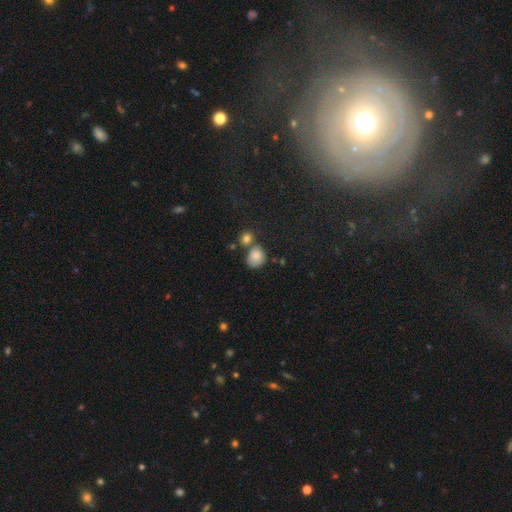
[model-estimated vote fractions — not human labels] Q: Smooth or featured?
A: smooth (81%); runner-up: star or artifact (11%)
Q: How rounded?
A: round (70%); runner-up: in between (29%)
Q: Merging?
A: none (53%); runner-up: merger (27%)